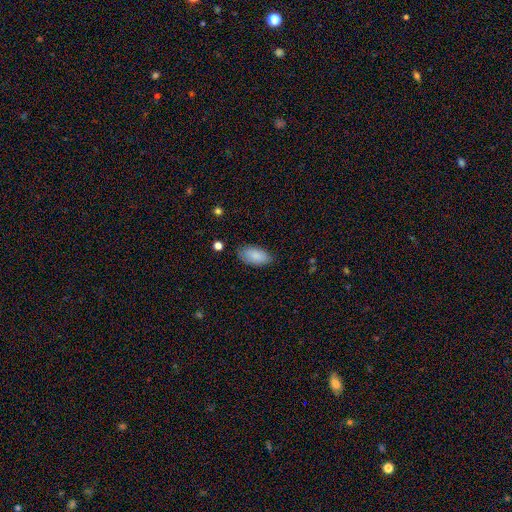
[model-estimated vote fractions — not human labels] Smooth or featured? smooth (87%)
How rounded? in between (93%)
Merging? none (80%)